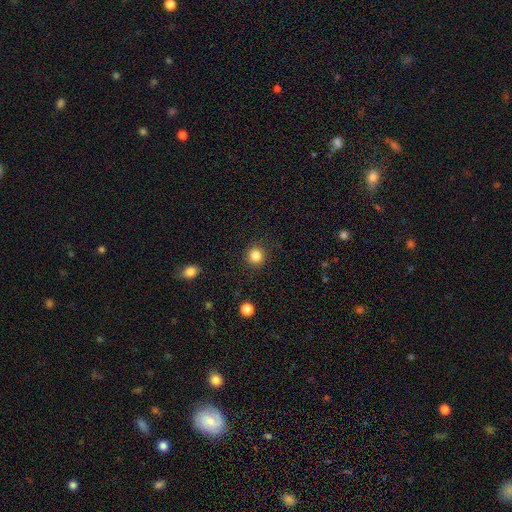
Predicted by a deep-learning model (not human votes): Smooth or featured: smooth — 84% (star or artifact — 12%)
How rounded: round — 93% (in between — 6%)
Merging: none — 90% (minor disturbance — 6%)